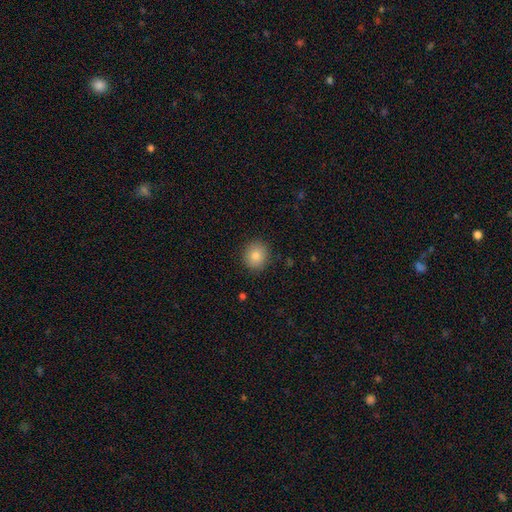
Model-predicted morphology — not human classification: This appears to be a smooth galaxy with no disk features (82%) that is round (88%). Merging: none (90%).